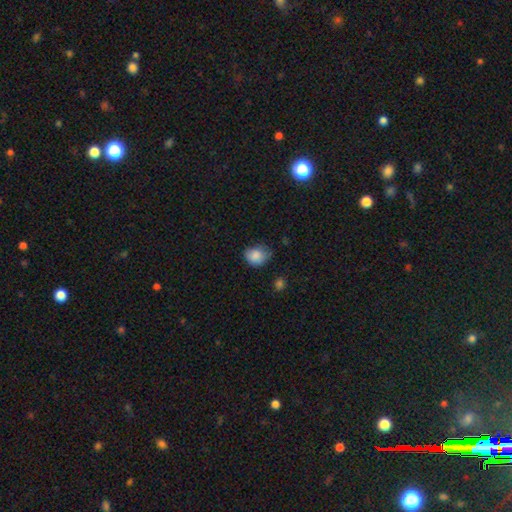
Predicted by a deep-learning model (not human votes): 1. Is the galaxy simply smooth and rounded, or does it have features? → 85% smooth, 9% star or artifact, 6% featured or disk.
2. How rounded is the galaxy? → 56% round, 43% in between, 1% cigar-shaped.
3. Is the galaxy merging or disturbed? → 55% none, 36% minor disturbance, 7% major disturbance, 2% merger.